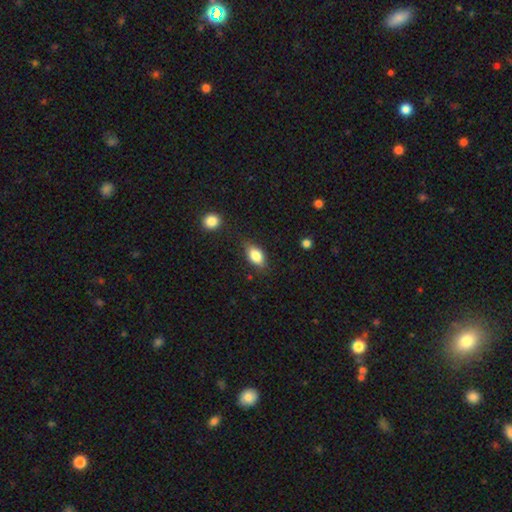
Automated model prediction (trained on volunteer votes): smooth_or_featured: smooth (p=0.83) [alt: featured or disk p=0.10]
how_rounded: in between (p=0.87) [alt: round p=0.08]
merging: none (p=0.78) [alt: minor disturbance p=0.16]